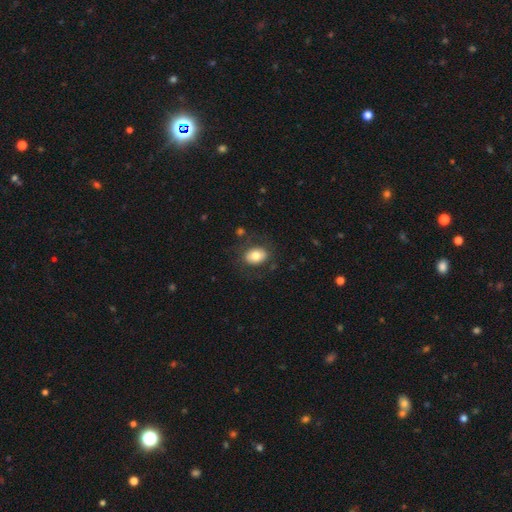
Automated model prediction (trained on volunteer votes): Smooth or featured? Predicted: smooth (p=0.76). How rounded? Predicted: in between (p=0.72). Merging? Predicted: none (p=0.78).